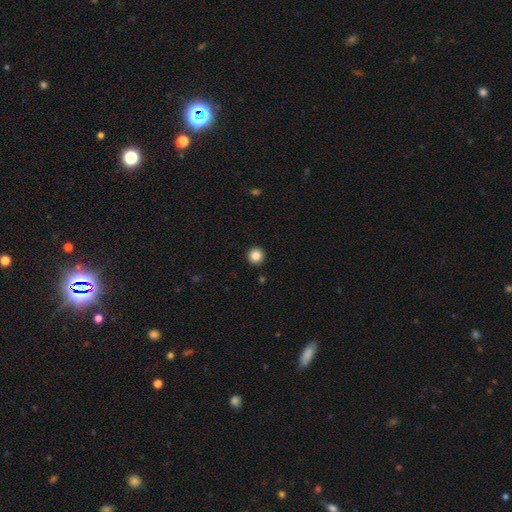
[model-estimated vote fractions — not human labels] This appears to be a smooth galaxy with no disk features (85%) that is round (96%). Merging: none (94%).